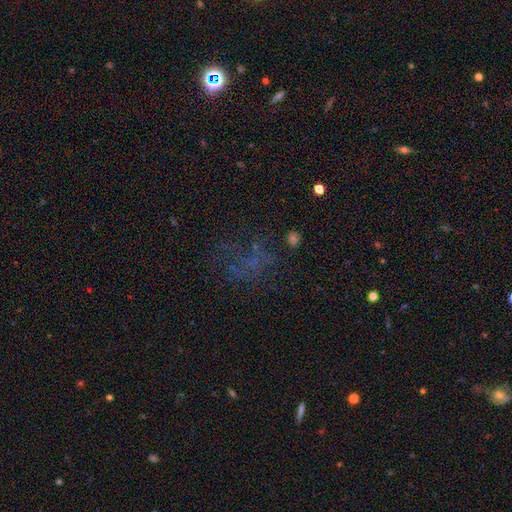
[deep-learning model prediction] A star or artifact, not a galaxy (42%).